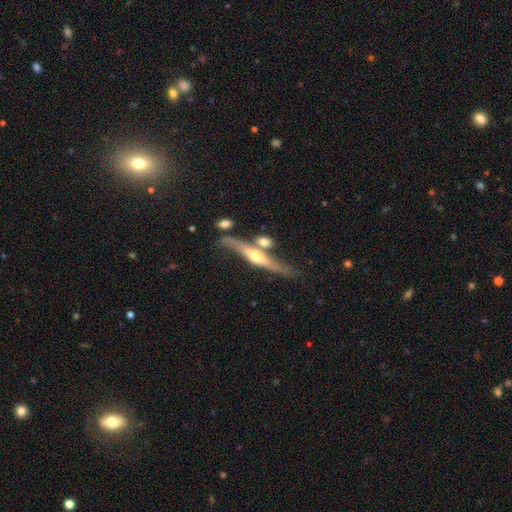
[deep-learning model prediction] A featured or disk galaxy (74%) viewed edge-on (86%) with a rounded central bulge (88%).

Vote fractions:
- Smooth or featured? featured or disk: 74% / smooth: 20% / star or artifact: 6%
- Edge-on disk? yes: 86% / no: 14%
- Edge-on bulge? rounded: 88% / boxy: 7% / none: 5%
- Merging? none: 55% / merger: 21% / minor disturbance: 17% / major disturbance: 7%